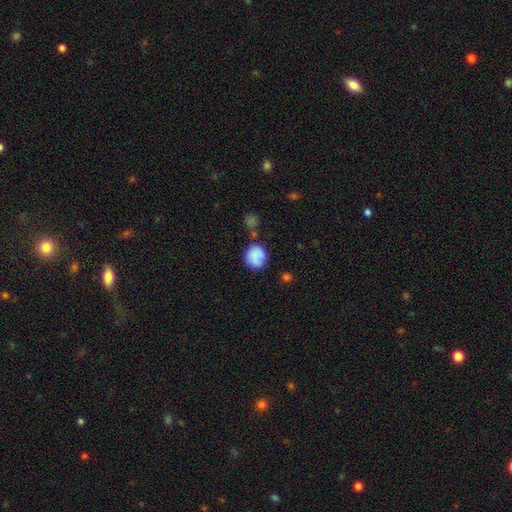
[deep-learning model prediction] A smooth galaxy with no disk features (83%) that is round (81%).

Vote fractions:
- Smooth or featured? smooth: 83% / featured or disk: 9% / star or artifact: 8%
- How rounded? round: 81% / in between: 18% / cigar-shaped: 1%
- Merging? none: 60% / minor disturbance: 23% / merger: 10% / major disturbance: 7%